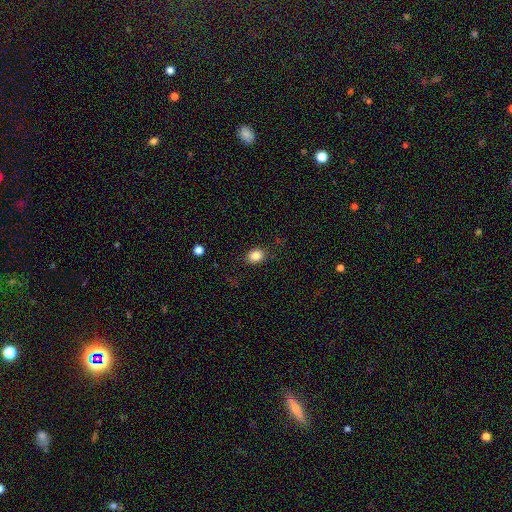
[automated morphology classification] This appears to be a smooth galaxy with no disk features (84%) that is in between round and cigar-shaped (62%). Merging: none (86%).